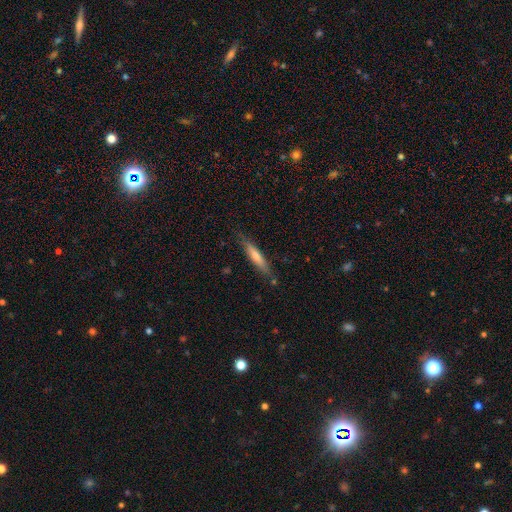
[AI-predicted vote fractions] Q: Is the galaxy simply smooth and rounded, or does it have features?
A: smooth — 54%.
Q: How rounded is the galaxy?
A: cigar-shaped — 90%.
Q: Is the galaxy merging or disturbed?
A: none — 81%.